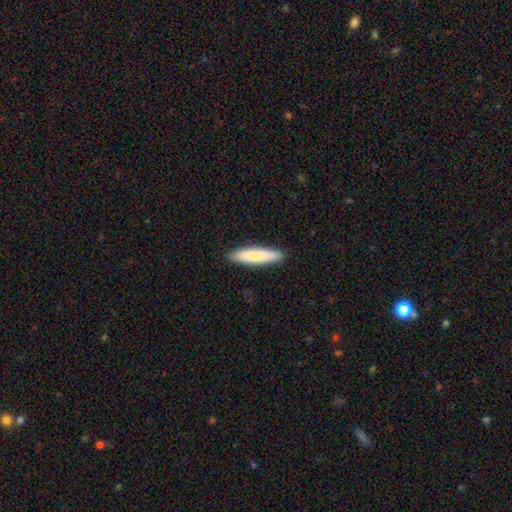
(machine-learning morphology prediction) Smooth or featured?
  - smooth: 81% *
  - featured or disk: 14%
  - star or artifact: 5%
How rounded?
  - cigar-shaped: 85% *
  - in between: 13%
  - round: 1%
Merging?
  - none: 91% *
  - minor disturbance: 7%
  - major disturbance: 1%
  - merger: 1%